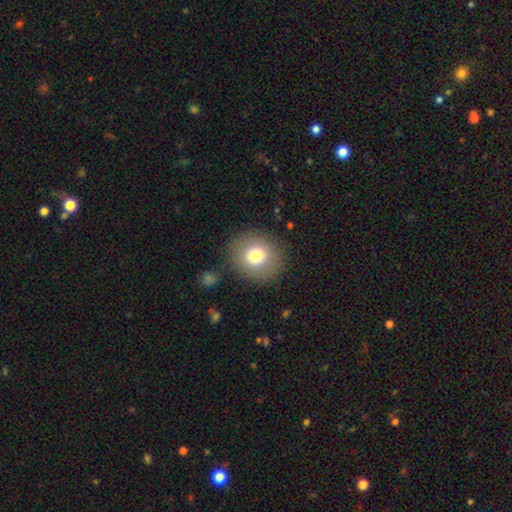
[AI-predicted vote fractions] Smooth or featured? smooth (76%)
How rounded? round (83%)
Merging? none (85%)